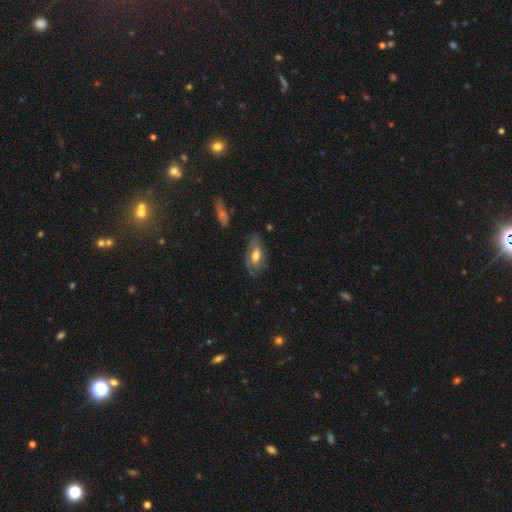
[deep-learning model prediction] A featured or disk galaxy (48%).

Vote fractions:
- Smooth or featured? featured or disk: 48% / smooth: 44% / star or artifact: 7%
- Merging? none: 65% / minor disturbance: 24% / major disturbance: 9% / merger: 2%